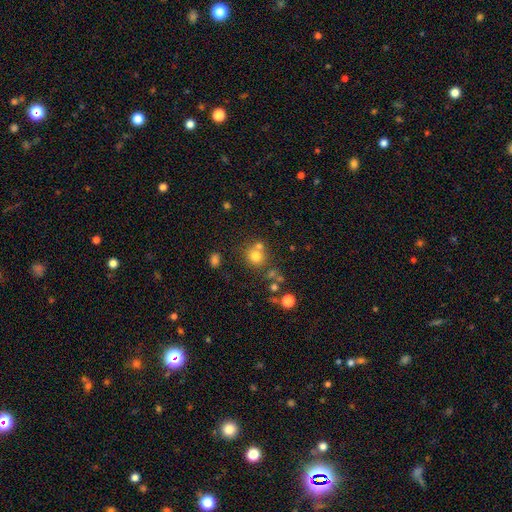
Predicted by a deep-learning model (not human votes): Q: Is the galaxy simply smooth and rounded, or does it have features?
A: smooth — 73%.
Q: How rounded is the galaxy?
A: round — 86%.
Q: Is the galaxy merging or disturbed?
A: none — 58%.